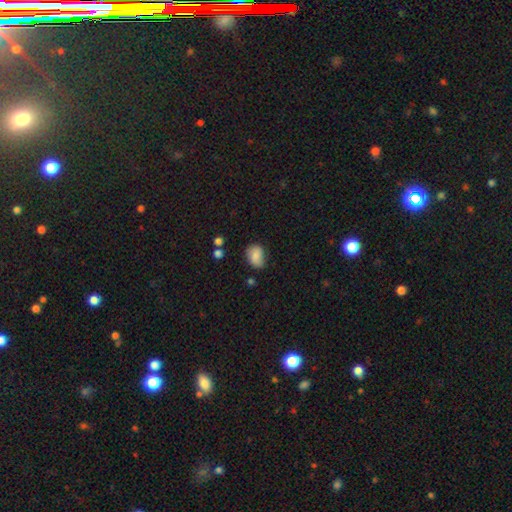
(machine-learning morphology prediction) Smooth or featured?
  - smooth: 76% *
  - featured or disk: 16%
  - star or artifact: 9%
How rounded?
  - in between: 63% *
  - round: 36%
  - cigar-shaped: 1%
Merging?
  - none: 62% *
  - minor disturbance: 29%
  - major disturbance: 6%
  - merger: 3%